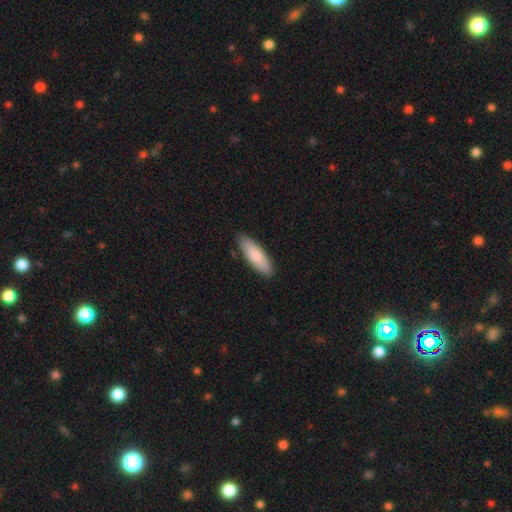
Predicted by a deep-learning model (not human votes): Q: Smooth or featured?
A: smooth (85%); runner-up: featured or disk (10%)
Q: How rounded?
A: in between (51%); runner-up: cigar-shaped (48%)
Q: Merging?
A: none (86%); runner-up: minor disturbance (11%)